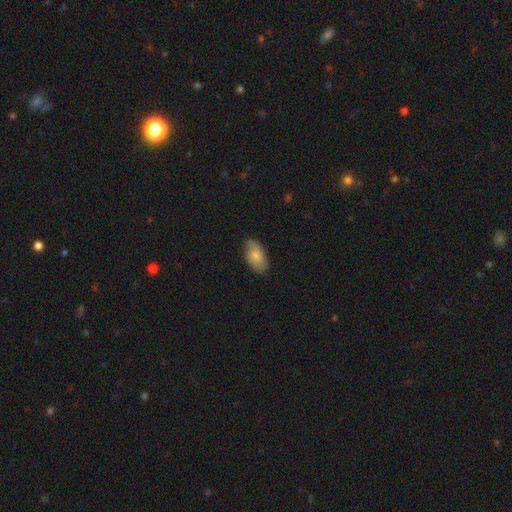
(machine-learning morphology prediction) This appears to be a smooth galaxy with no disk features (70%) that is in between round and cigar-shaped (94%). Merging: none (76%).